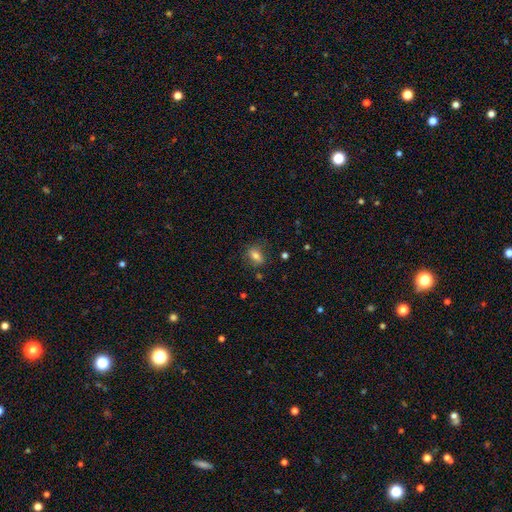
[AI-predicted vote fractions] A smooth galaxy with no disk features (75%) that is in between round and cigar-shaped (72%).

Vote fractions:
- Smooth or featured? smooth: 75% / featured or disk: 15% / star or artifact: 10%
- How rounded? in between: 72% / round: 24% / cigar-shaped: 4%
- Merging? none: 75% / minor disturbance: 17% / major disturbance: 5% / merger: 2%